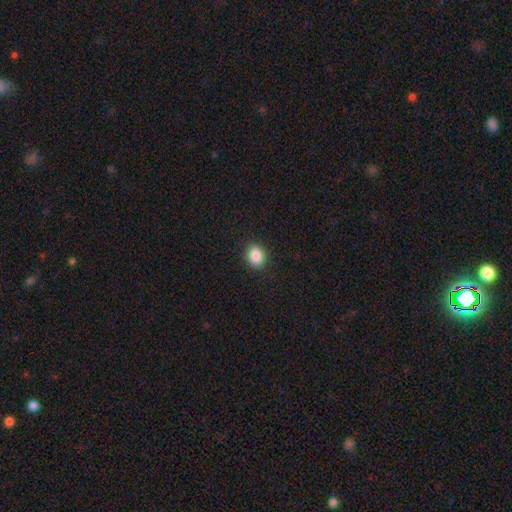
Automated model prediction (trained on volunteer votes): Q: Smooth or featured?
A: smooth (87%); runner-up: star or artifact (9%)
Q: How rounded?
A: round (55%); runner-up: in between (44%)
Q: Merging?
A: none (90%); runner-up: minor disturbance (7%)